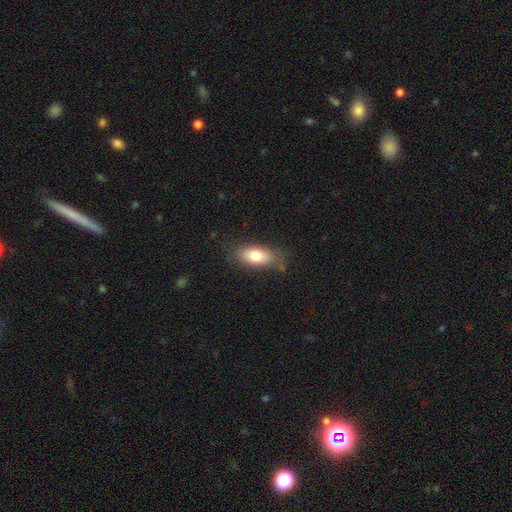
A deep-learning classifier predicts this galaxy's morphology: Smooth or featured: smooth — 76% (featured or disk — 16%)
How rounded: in between — 86% (cigar-shaped — 10%)
Merging: none — 73% (minor disturbance — 20%)